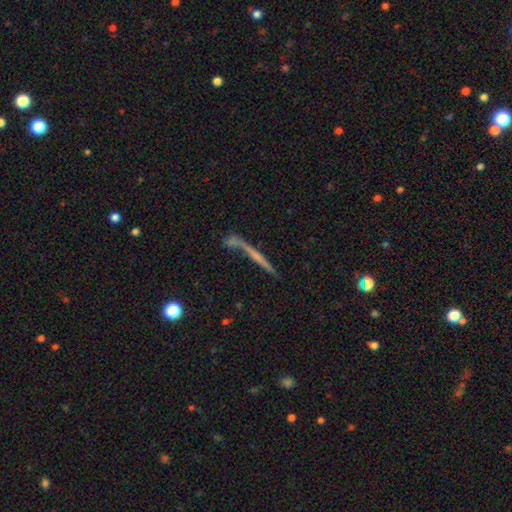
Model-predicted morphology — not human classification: smooth-or-featured: featured or disk: 57% | smooth: 32% | star or artifact: 10%
  disk-edge-on: yes: 89% | no: 11%
    edge-on-bulge: none: 63% | rounded: 28% | boxy: 10%
  merging: none: 55% | merger: 19% | minor disturbance: 15% | major disturbance: 11%